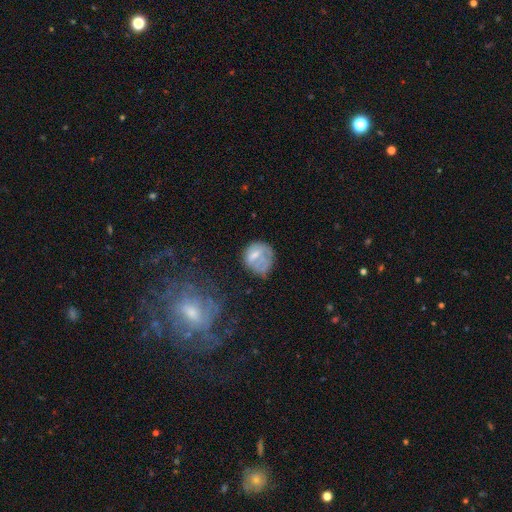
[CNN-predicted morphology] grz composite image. It shows a smooth galaxy with no disk features (50%) that is round (72%). Merging: none (46%).